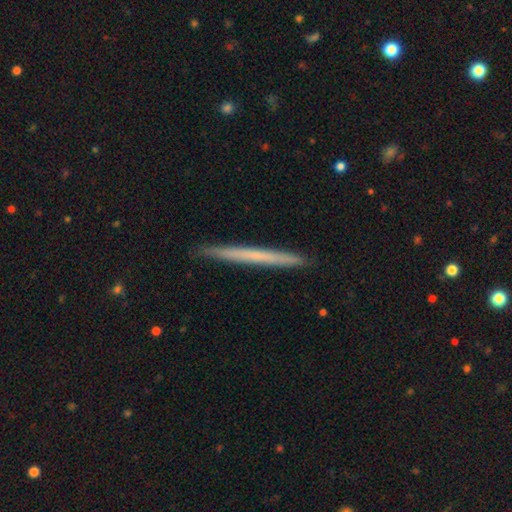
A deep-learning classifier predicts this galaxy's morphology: Smooth or featured?
  - smooth: 53% *
  - featured or disk: 42%
  - star or artifact: 5%
How rounded?
  - cigar-shaped: 98% *
  - in between: 1%
  - round: 1%
Merging?
  - none: 92% *
  - minor disturbance: 6%
  - major disturbance: 1%
  - merger: 1%